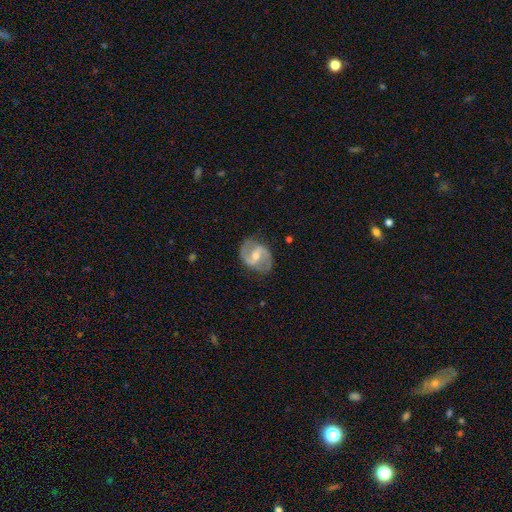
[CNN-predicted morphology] The model was most divided on "bulge size": moderate: 52%, small: 44%, large: 2%, none: 1%, dominant: 1%. Remaining: edge-on disk — no (98%); spiral arms — yes (95%); spiral arm count — 2 (93%); smooth or featured — featured or disk (87%); merging — none (81%); spiral winding — medium (54%); bar — weak (49%).